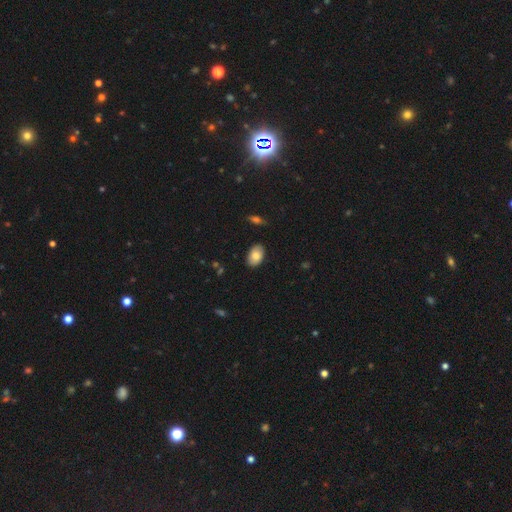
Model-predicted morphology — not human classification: Smooth or featured?
  - smooth: 81% *
  - featured or disk: 12%
  - star or artifact: 7%
How rounded?
  - in between: 91% *
  - round: 8%
  - cigar-shaped: 1%
Merging?
  - none: 86% *
  - minor disturbance: 11%
  - major disturbance: 2%
  - merger: 1%